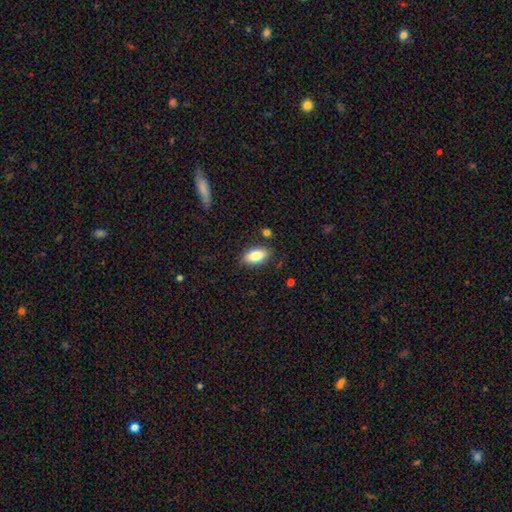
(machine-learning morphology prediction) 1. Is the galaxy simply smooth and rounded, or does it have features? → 83% smooth, 11% featured or disk, 7% star or artifact.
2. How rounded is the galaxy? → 90% in between, 7% cigar-shaped, 3% round.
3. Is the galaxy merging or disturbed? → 84% none, 11% minor disturbance, 3% major disturbance, 2% merger.